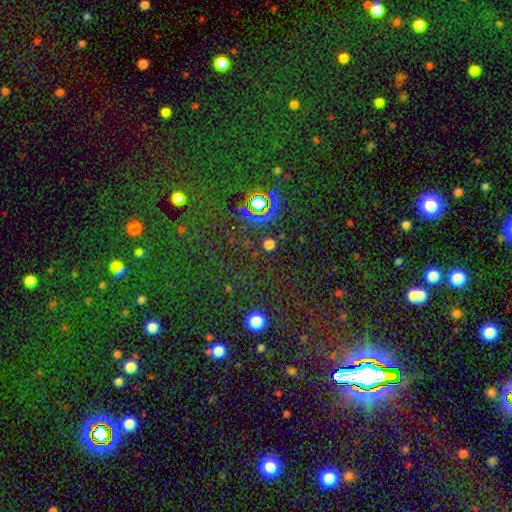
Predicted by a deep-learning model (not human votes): star or artifact 78%, smooth 15%, featured or disk 7%.